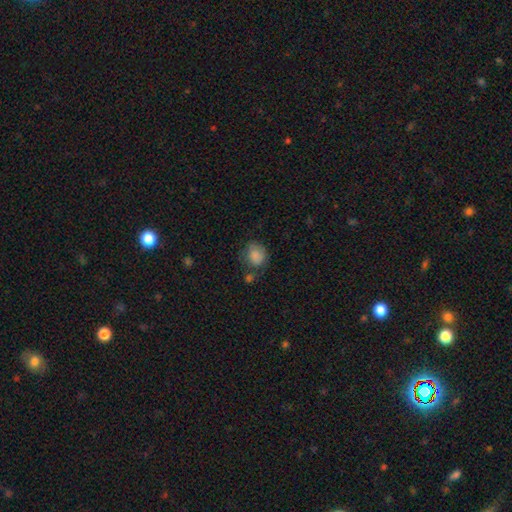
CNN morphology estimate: smooth-or-featured: smooth: 83% | star or artifact: 9% | featured or disk: 8%
  how-rounded: round: 63% | in between: 36% | cigar-shaped: 1%
  merging: none: 54% | minor disturbance: 25% | major disturbance: 12% | merger: 9%